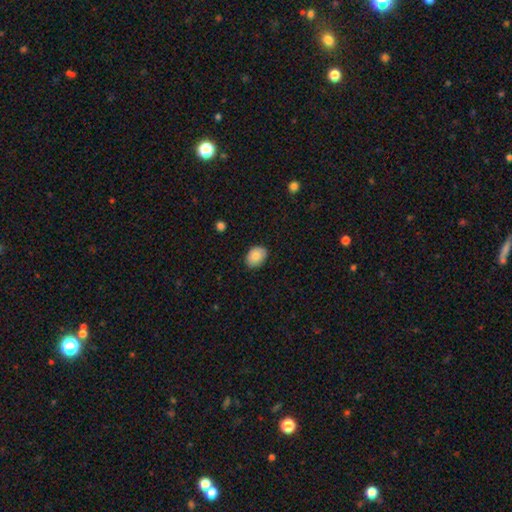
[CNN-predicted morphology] Overall: smooth (82%). How rounded: in between (70%). Merging: none (85%).